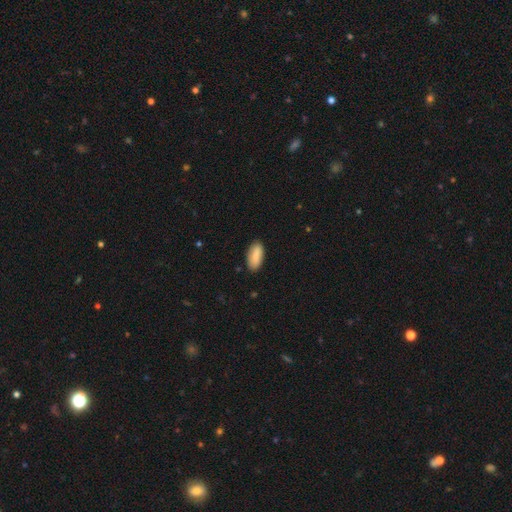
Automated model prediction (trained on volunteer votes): Overall: smooth (87%). How rounded: in between (86%). Merging: none (86%).